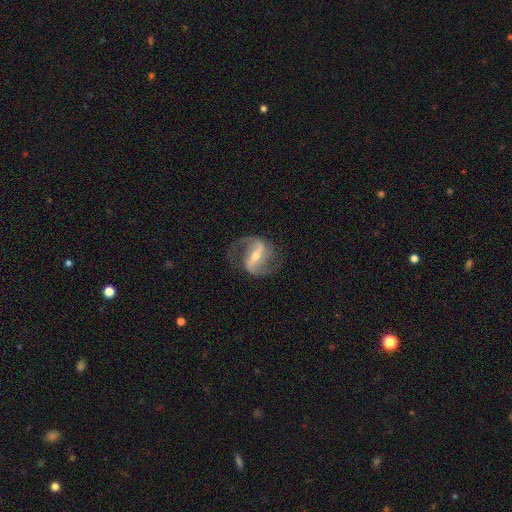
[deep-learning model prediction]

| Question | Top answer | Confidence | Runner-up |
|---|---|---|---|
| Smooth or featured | featured or disk | 90% | smooth (5%) |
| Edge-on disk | no | 97% | yes (3%) |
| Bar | strong | 60% | weak (31%) |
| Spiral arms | yes | 97% | no (3%) |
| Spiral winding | medium | 51% | loose (36%) |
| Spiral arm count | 2 | 92% | 1 (2%) |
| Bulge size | moderate | 51% | small (44%) |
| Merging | none | 77% | minor disturbance (13%) |